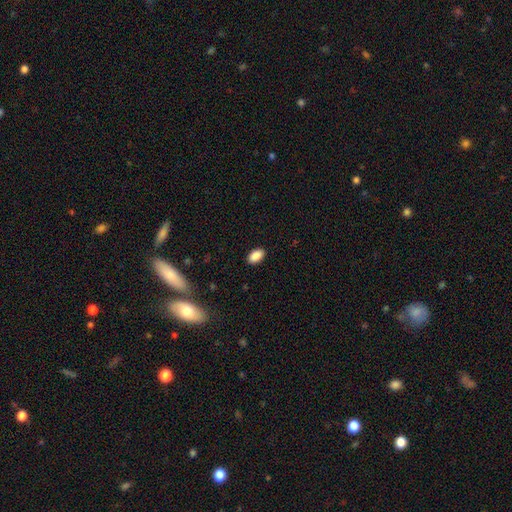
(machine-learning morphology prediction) Smooth or featured? Predicted: smooth (p=0.89). How rounded? Predicted: in between (p=0.93). Merging? Predicted: none (p=0.89).